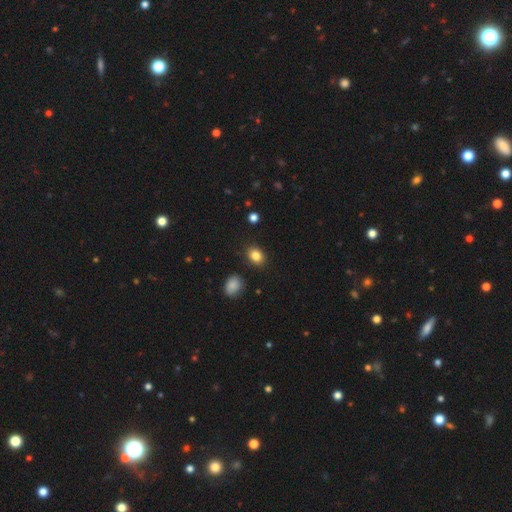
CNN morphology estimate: type=smooth (85%); roundness=in between (61%); merging=none (87%).